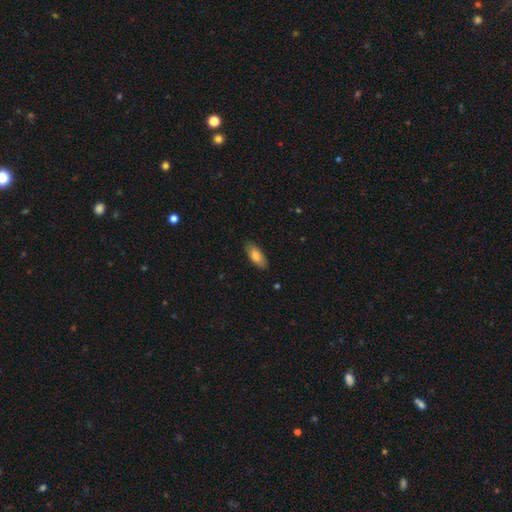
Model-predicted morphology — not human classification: Smooth or featured? Predicted: smooth (p=0.80). How rounded? Predicted: in between (p=0.84). Merging? Predicted: none (p=0.87).